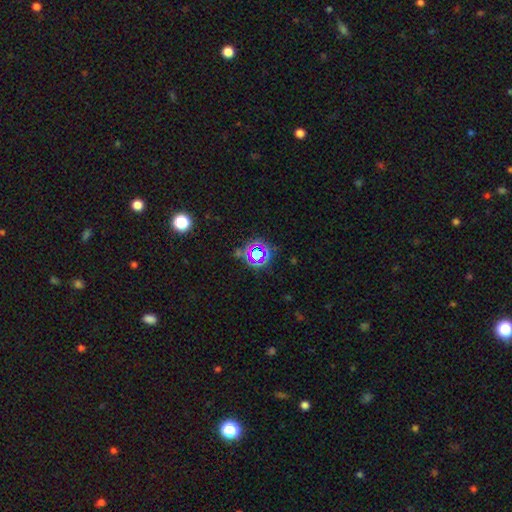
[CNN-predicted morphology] smooth_or_featured: star or artifact (p=0.64) [alt: smooth p=0.24]